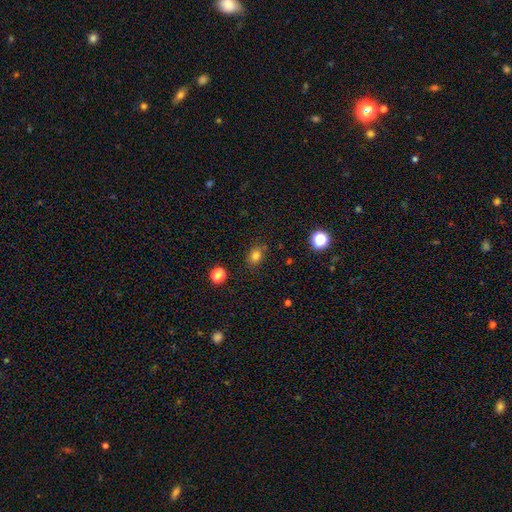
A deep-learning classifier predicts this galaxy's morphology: This is clearly a smooth galaxy (80%). How rounded: possibly round (58%). Merging: clearly none (82%).